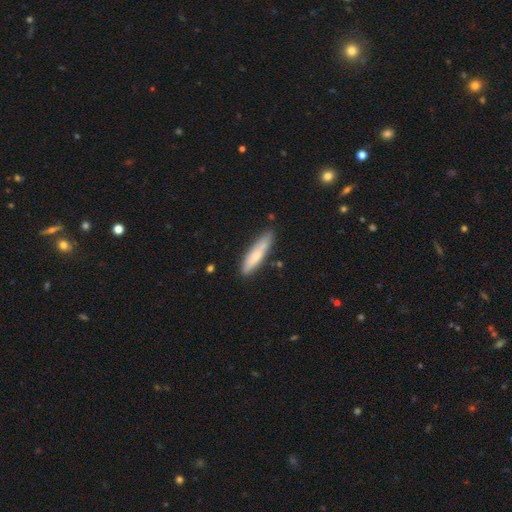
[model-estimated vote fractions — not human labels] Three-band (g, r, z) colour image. It shows a smooth galaxy with no disk features (68%) that is cigar-shaped (82%). Merging: none (78%).